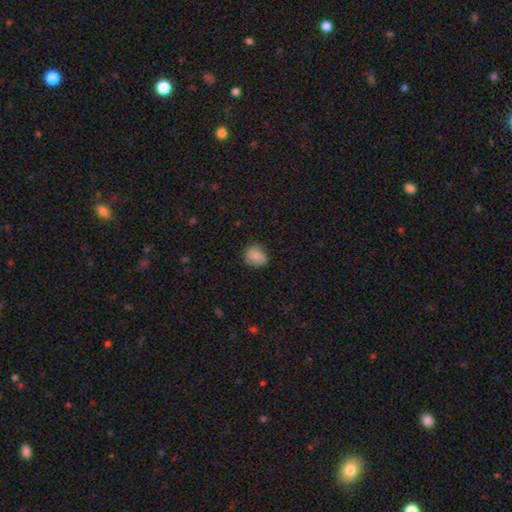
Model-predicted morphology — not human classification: A smooth galaxy with no disk features (83%) that is round (58%). Merging: none (68%).